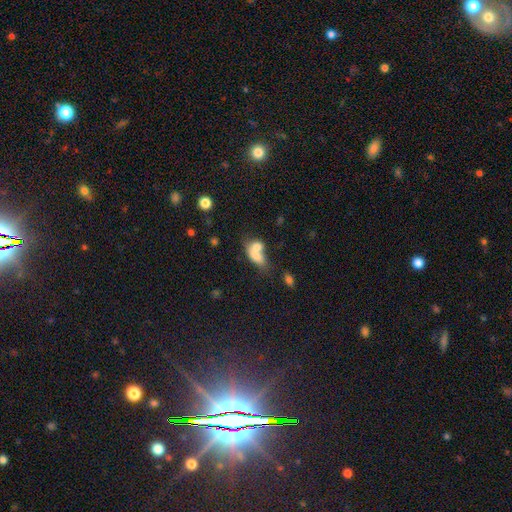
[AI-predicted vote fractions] smooth_or_featured: smooth (p=0.71) [alt: featured or disk p=0.19]
how_rounded: in between (p=0.77) [alt: round p=0.16]
merging: merger (p=0.63) [alt: none p=0.20]